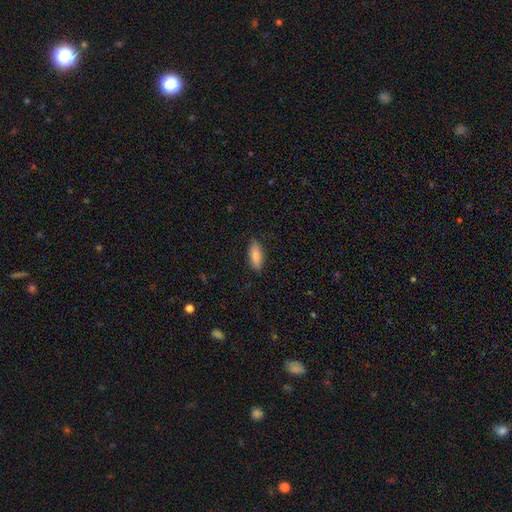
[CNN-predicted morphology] Q: Smooth or featured?
A: smooth (86%); runner-up: featured or disk (8%)
Q: How rounded?
A: in between (75%); runner-up: cigar-shaped (23%)
Q: Merging?
A: none (86%); runner-up: minor disturbance (11%)